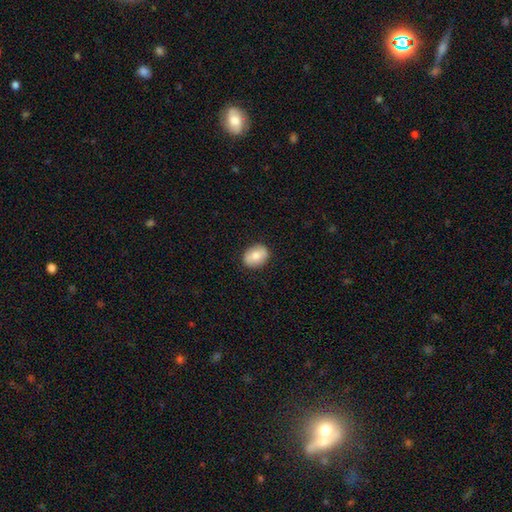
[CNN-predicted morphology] Smooth or featured? smooth (78%)
How rounded? in between (68%)
Merging? none (87%)